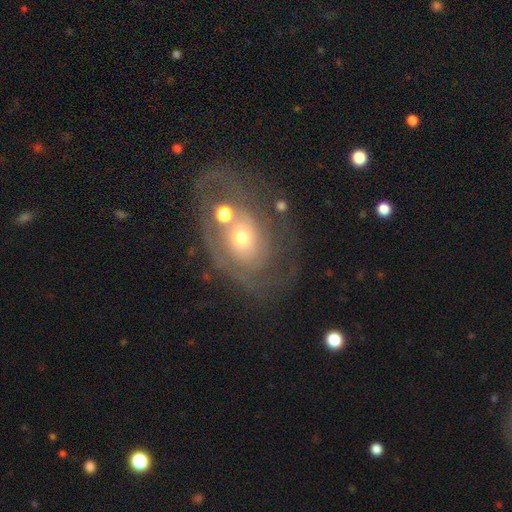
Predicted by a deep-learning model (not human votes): smooth_or_featured: featured or disk (p=0.74) [alt: smooth p=0.18]
disk_edge_on: no (p=0.95) [alt: yes p=0.05]
bar: no (p=0.82) [alt: weak p=0.14]
has_spiral_arms: yes (p=0.68) [alt: no p=0.32]
bulge_size: moderate (p=0.50) [alt: small p=0.43]
merging: none (p=0.53) [alt: minor disturbance p=0.17]